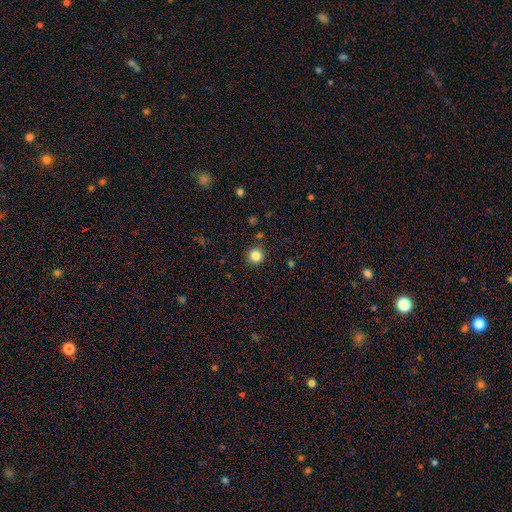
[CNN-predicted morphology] This appears to be a smooth galaxy with no disk features (84%) that is round (94%). Merging: none (89%).